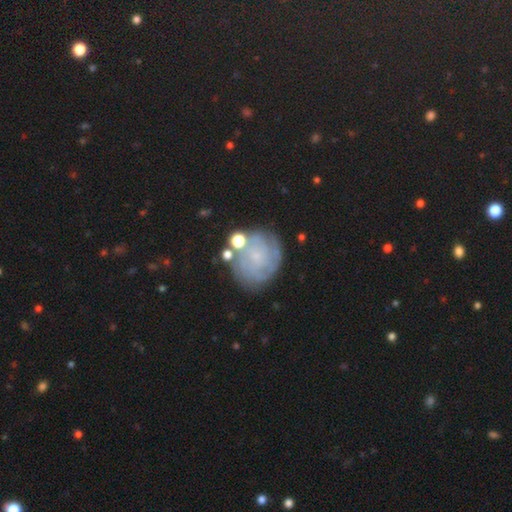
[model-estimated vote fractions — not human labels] featured or disk 60%, smooth 25%, star or artifact 16%. Down the decision tree: edge-on disk — no (97%); bar — no (77%); spiral arms — yes (85%); bulge size — small (72%); merging — none (71%).